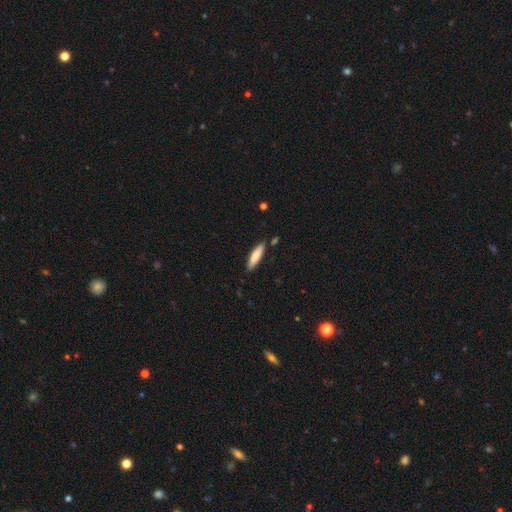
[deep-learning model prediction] Q: Smooth or featured?
A: smooth (78%); runner-up: featured or disk (17%)
Q: How rounded?
A: cigar-shaped (73%); runner-up: in between (25%)
Q: Merging?
A: none (87%); runner-up: minor disturbance (9%)